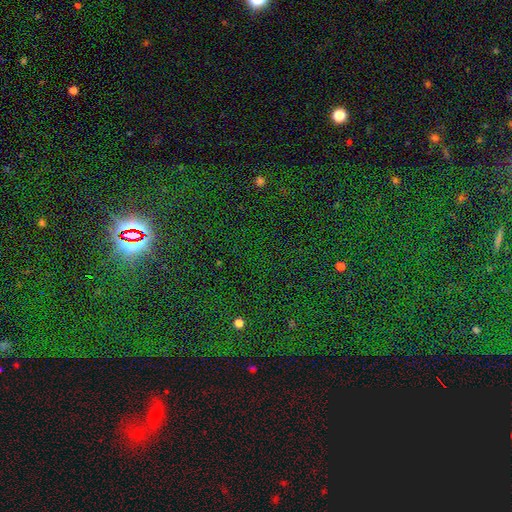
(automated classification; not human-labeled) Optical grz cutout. It shows a star or artifact, not a galaxy (80%).